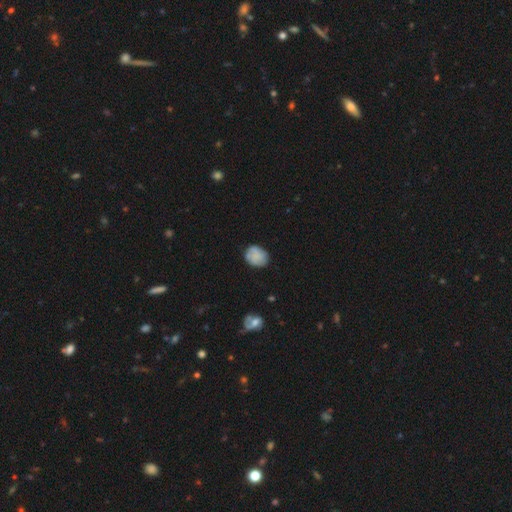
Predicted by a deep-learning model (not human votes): Q: Smooth or featured?
A: smooth (69%); runner-up: featured or disk (23%)
Q: How rounded?
A: round (49%); tied with: in between (49%)
Q: Merging?
A: none (71%); runner-up: minor disturbance (22%)